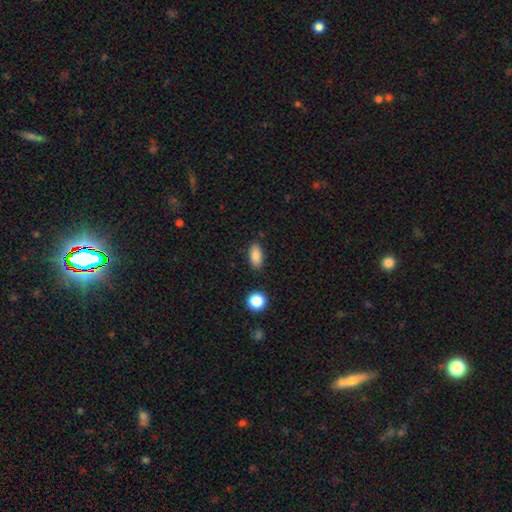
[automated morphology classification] Smooth or featured: smooth — 86% (star or artifact — 9%)
How rounded: in between — 88% (cigar-shaped — 7%)
Merging: none — 85% (minor disturbance — 10%)